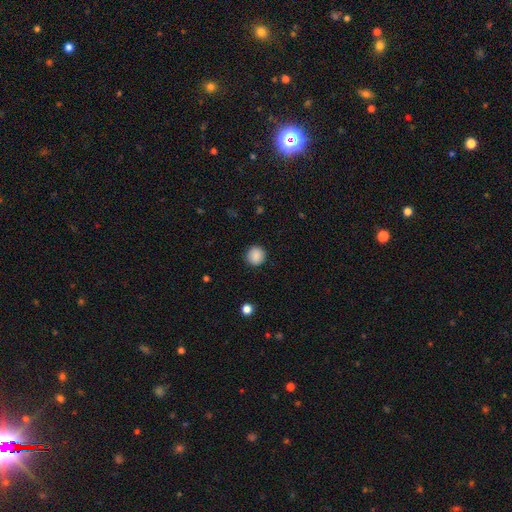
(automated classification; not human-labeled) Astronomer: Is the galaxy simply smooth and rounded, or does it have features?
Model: smooth — 88%.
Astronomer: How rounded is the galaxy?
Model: round — 93%.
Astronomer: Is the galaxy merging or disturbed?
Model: none — 90%.